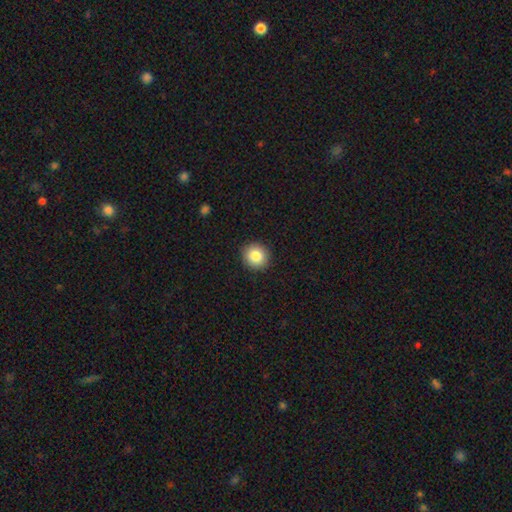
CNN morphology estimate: A smooth galaxy with no disk features (84%) that is round (89%).

Vote fractions:
- Smooth or featured? smooth: 84% / star or artifact: 9% / featured or disk: 6%
- How rounded? round: 89% / in between: 10% / cigar-shaped: 1%
- Merging? none: 92% / minor disturbance: 6% / major disturbance: 2% / merger: 1%